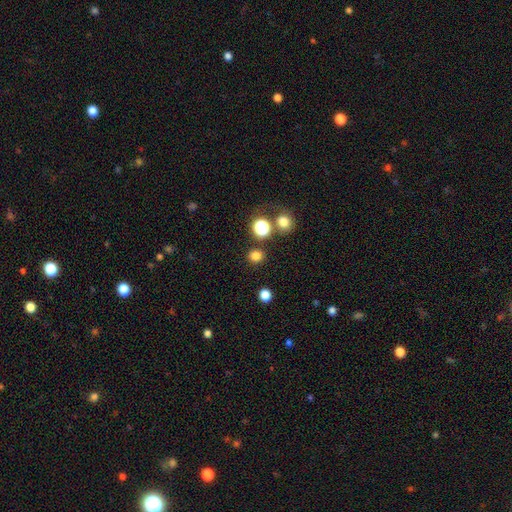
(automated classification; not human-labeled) smooth-or-featured: smooth: 79% | star or artifact: 16% | featured or disk: 5%
  how-rounded: round: 88% | in between: 11% | cigar-shaped: 1%
  merging: none: 86% | minor disturbance: 7% | merger: 5% | major disturbance: 3%